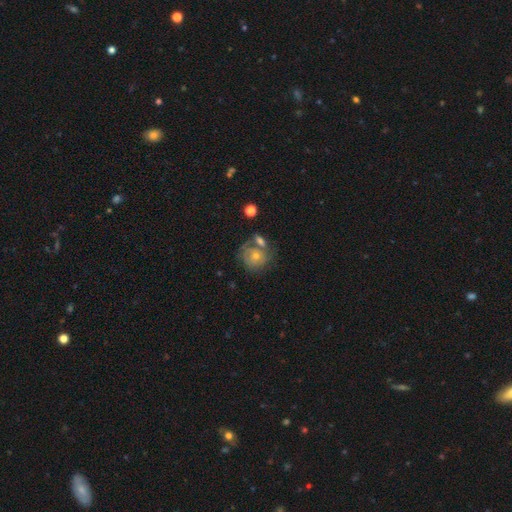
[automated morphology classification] This appears to be a featured or disk galaxy (44%). Merging: none (54%).